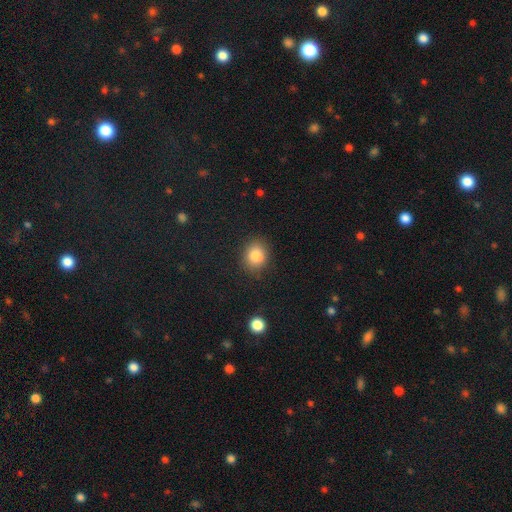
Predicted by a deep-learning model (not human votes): Overall: smooth (85%). How rounded: round (61%; in between 38%). Merging: none (84%).